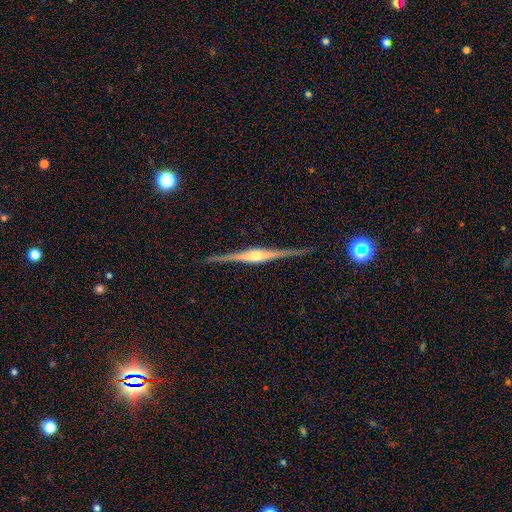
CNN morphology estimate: Smooth or featured: featured or disk — 88% (smooth — 6%)
Edge-on disk: yes — 98% (no — 2%)
Edge-on bulge: rounded — 85% (boxy — 11%)
Merging: none — 90% (minor disturbance — 7%)